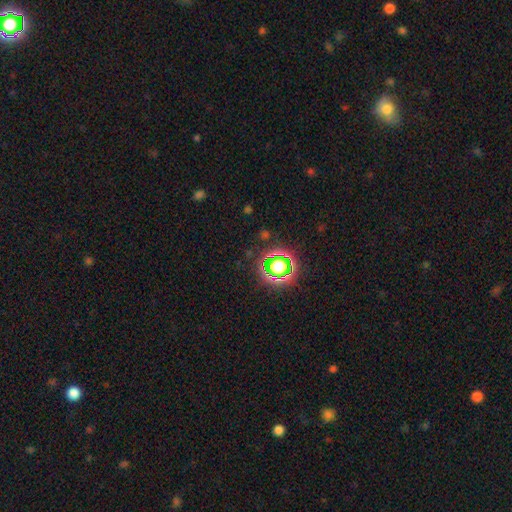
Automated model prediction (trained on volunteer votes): This appears to be a star or artifact, not a galaxy (76%).